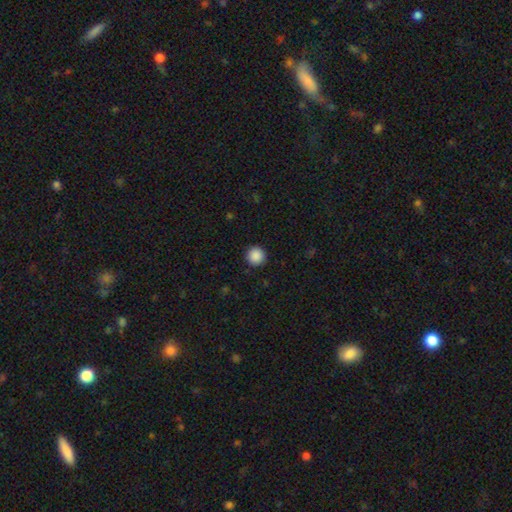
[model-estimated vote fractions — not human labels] Morphology: type=smooth (89%); roundness=round (95%); merging=none (92%).